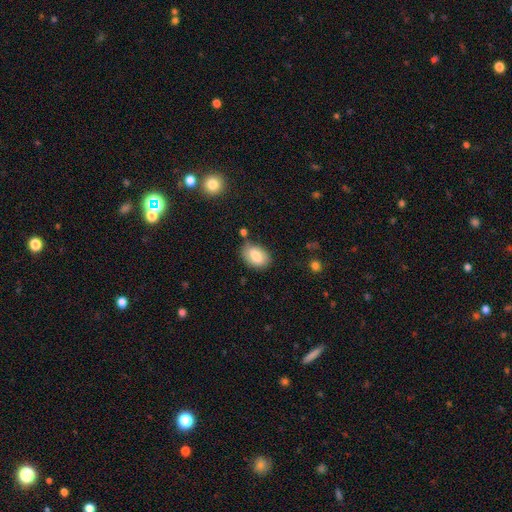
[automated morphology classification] Smooth or featured? Predicted: smooth (p=0.78). How rounded? Predicted: in between (p=0.86). Merging? Predicted: none (p=0.71).